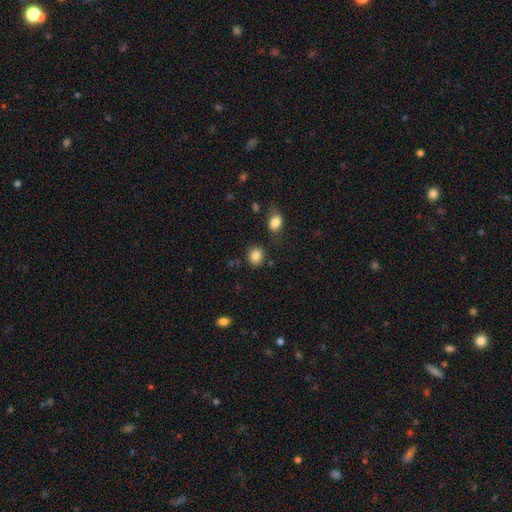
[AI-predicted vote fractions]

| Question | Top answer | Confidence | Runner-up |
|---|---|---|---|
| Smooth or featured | smooth | 85% | star or artifact (10%) |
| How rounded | round | 73% | in between (26%) |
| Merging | none | 81% | minor disturbance (10%) |